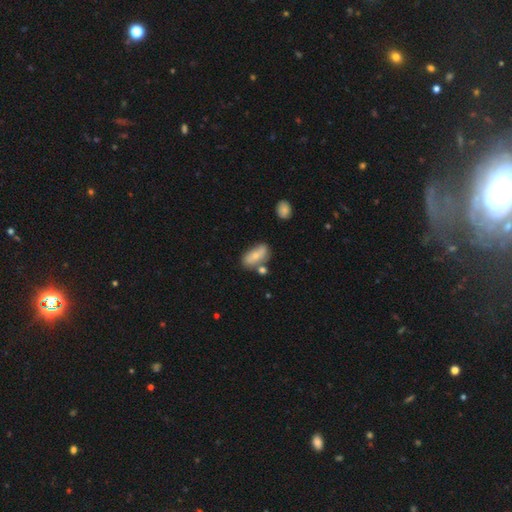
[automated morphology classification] This is likely a smooth galaxy (64%). How rounded: clearly in between (87%). Merging: possibly none (57%).